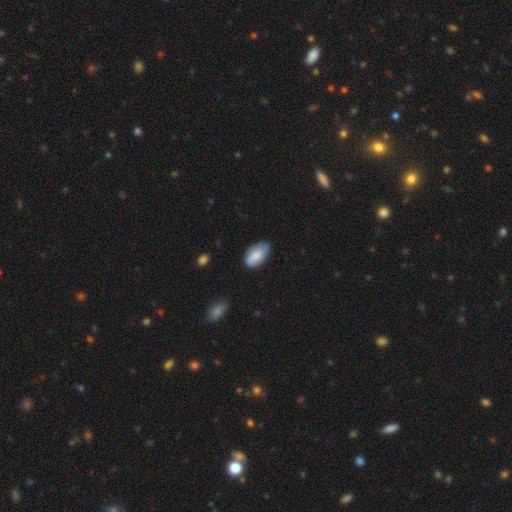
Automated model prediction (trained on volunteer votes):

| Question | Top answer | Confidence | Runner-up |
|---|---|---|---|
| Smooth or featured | smooth | 83% | featured or disk (11%) |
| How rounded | in between | 94% | round (3%) |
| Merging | none | 74% | minor disturbance (22%) |